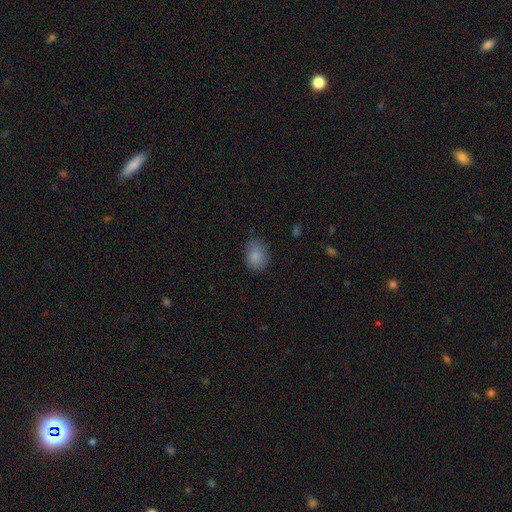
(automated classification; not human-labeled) smooth_or_featured: smooth (p=0.86) [alt: star or artifact p=0.09]
how_rounded: in between (p=0.57) [alt: round p=0.42]
merging: none (p=0.74) [alt: minor disturbance p=0.20]